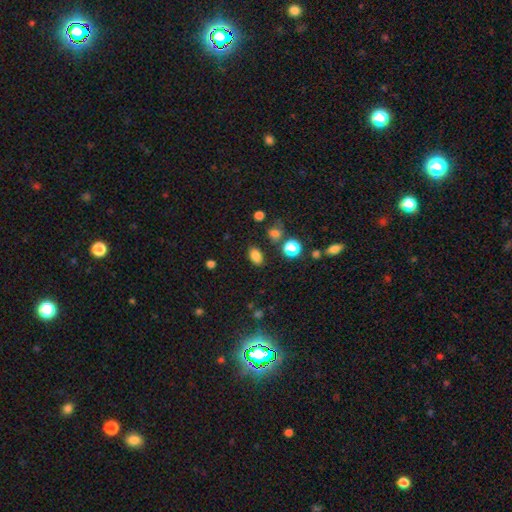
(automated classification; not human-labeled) Smooth or featured: smooth — 81% (star or artifact — 14%)
How rounded: in between — 83% (round — 15%)
Merging: none — 84% (minor disturbance — 10%)